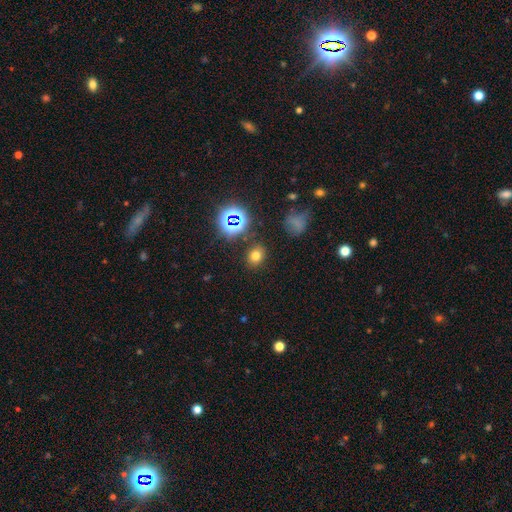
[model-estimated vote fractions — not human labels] Q: Smooth or featured?
A: smooth (68%); runner-up: star or artifact (23%)
Q: How rounded?
A: round (60%); runner-up: in between (39%)
Q: Merging?
A: none (84%); runner-up: minor disturbance (9%)